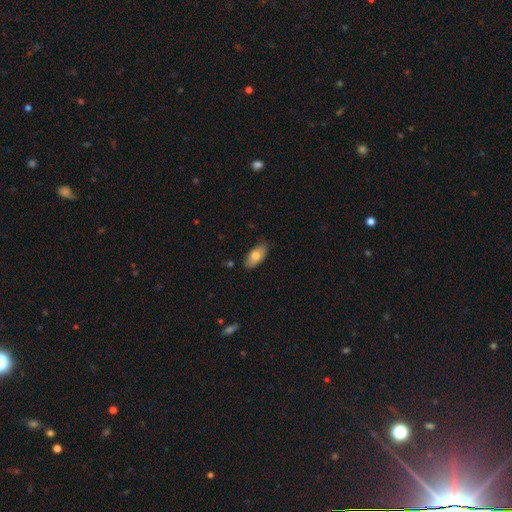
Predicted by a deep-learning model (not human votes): smooth_or_featured: smooth (p=0.79) [alt: featured or disk p=0.15]
how_rounded: in between (p=0.92) [alt: cigar-shaped p=0.05]
merging: none (p=0.83) [alt: minor disturbance p=0.14]